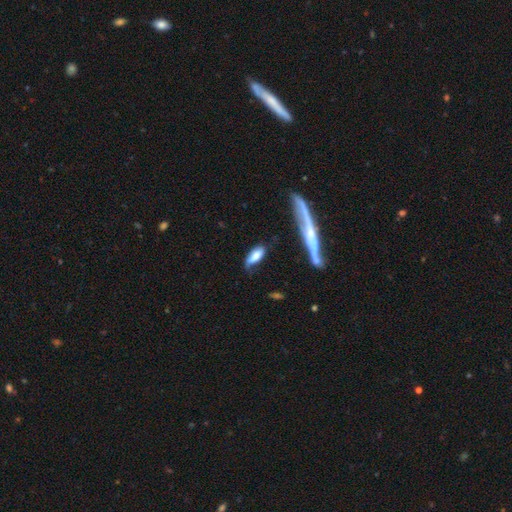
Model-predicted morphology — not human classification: Overall: smooth (67%). How rounded: in between (73%). Merging: none (53%; minor disturbance 29%).